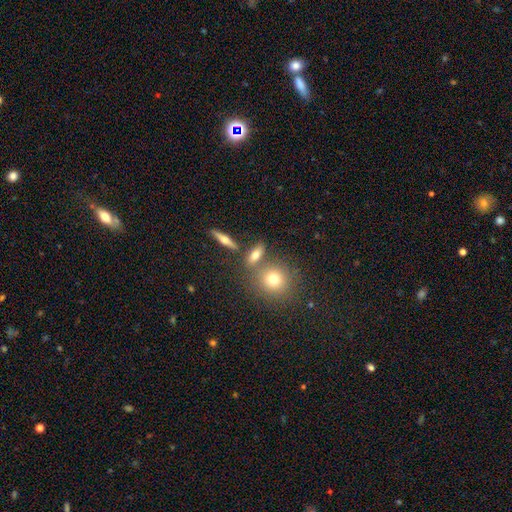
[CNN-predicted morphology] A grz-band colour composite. It shows a smooth galaxy with no disk features (52%) that is round (52%). Merging: none (71%).